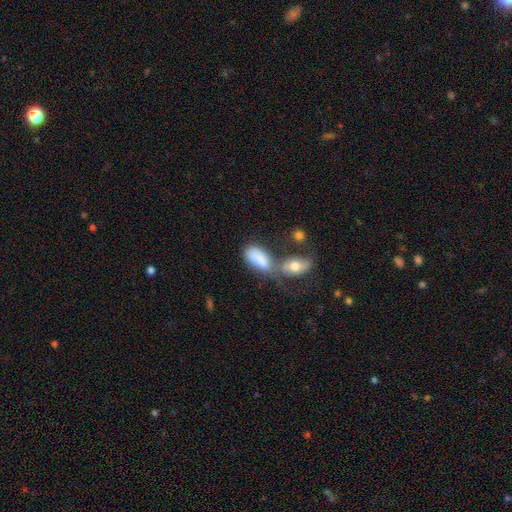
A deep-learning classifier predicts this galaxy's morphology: This is likely a smooth galaxy (80%). How rounded: clearly in between (90%). Merging: possibly merger (49%).